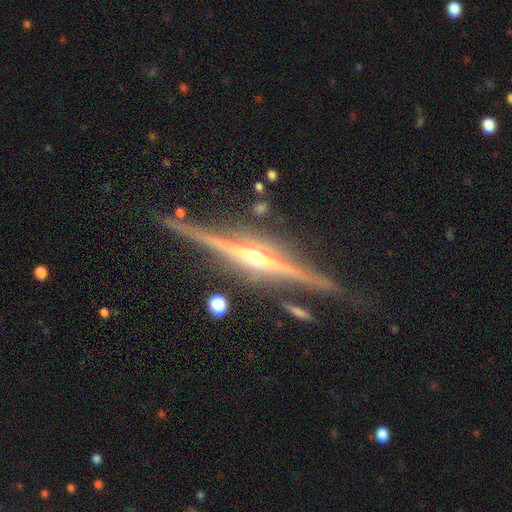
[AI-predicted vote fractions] A featured or disk galaxy (90%) viewed edge-on (98%) with a rounded central bulge (89%).

Vote fractions:
- Smooth or featured? featured or disk: 90% / star or artifact: 6% / smooth: 4%
- Edge-on disk? yes: 98% / no: 2%
- Edge-on bulge? rounded: 89% / none: 6% / boxy: 5%
- Merging? none: 86% / minor disturbance: 10% / merger: 2% / major disturbance: 2%